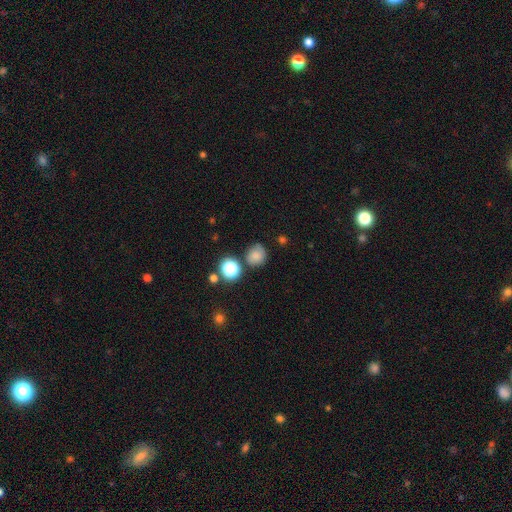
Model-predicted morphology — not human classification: A smooth galaxy with no disk features (75%) that is round (78%). Merging: none (68%).